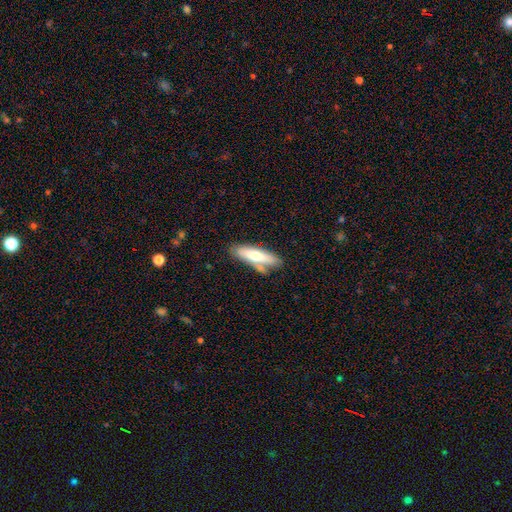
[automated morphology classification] smooth 58%, featured or disk 36%, star or artifact 6%. Down the decision tree: how rounded — cigar-shaped (63%); merging — none (65%).